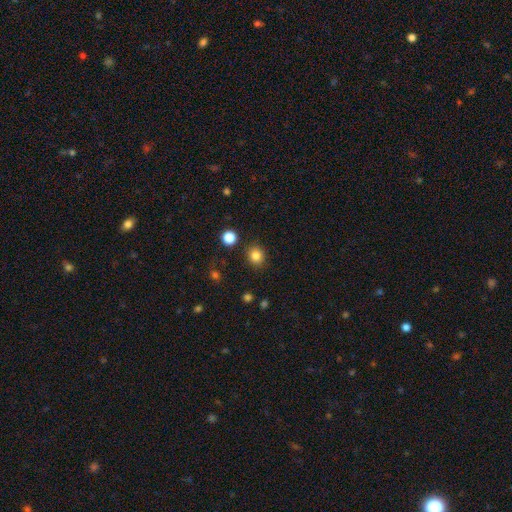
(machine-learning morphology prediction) A smooth galaxy with no disk features (84%) that is round (84%).

Vote fractions:
- Smooth or featured? smooth: 84% / star or artifact: 12% / featured or disk: 5%
- How rounded? round: 84% / in between: 15% / cigar-shaped: 1%
- Merging? none: 88% / minor disturbance: 7% / major disturbance: 2% / merger: 2%